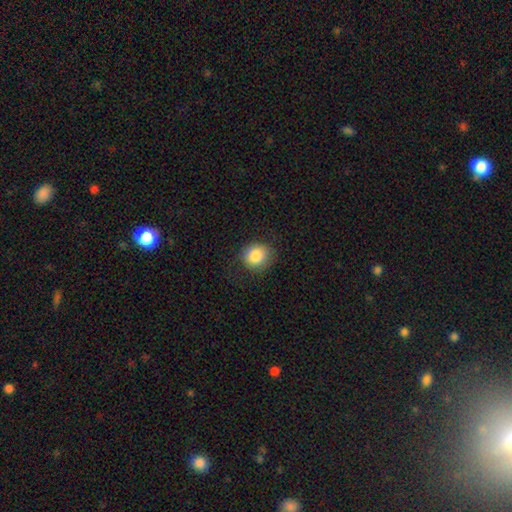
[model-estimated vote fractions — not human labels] A smooth galaxy with no disk features (85%) that is round (81%). Merging: none (81%).